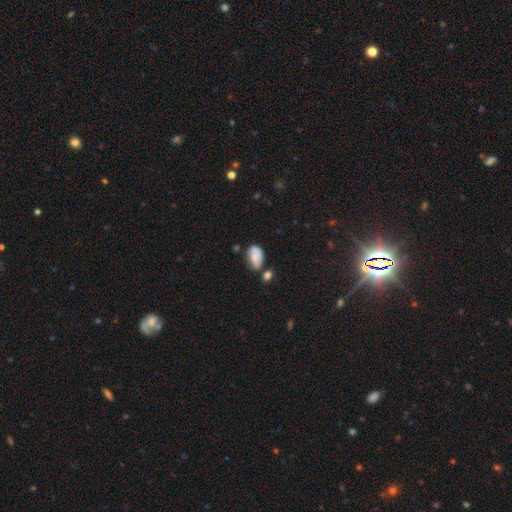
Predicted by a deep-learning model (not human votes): Q: Smooth or featured?
A: smooth (72%); runner-up: featured or disk (19%)
Q: How rounded?
A: in between (89%); runner-up: round (9%)
Q: Merging?
A: none (40%); runner-up: minor disturbance (31%)